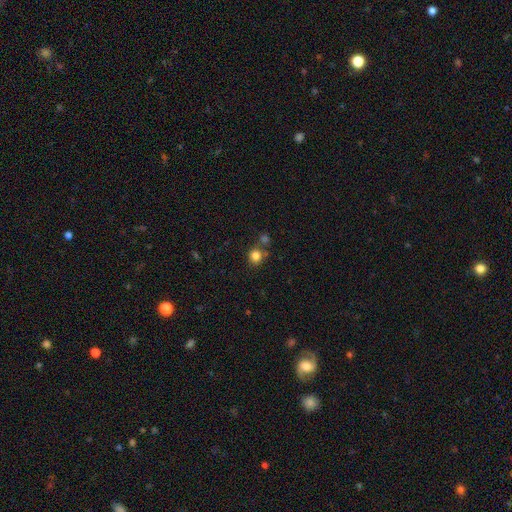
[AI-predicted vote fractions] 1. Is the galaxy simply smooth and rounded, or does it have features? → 82% smooth, 12% star or artifact, 6% featured or disk.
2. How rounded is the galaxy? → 86% round, 13% in between, 1% cigar-shaped.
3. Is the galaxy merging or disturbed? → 69% none, 17% merger, 10% minor disturbance, 4% major disturbance.